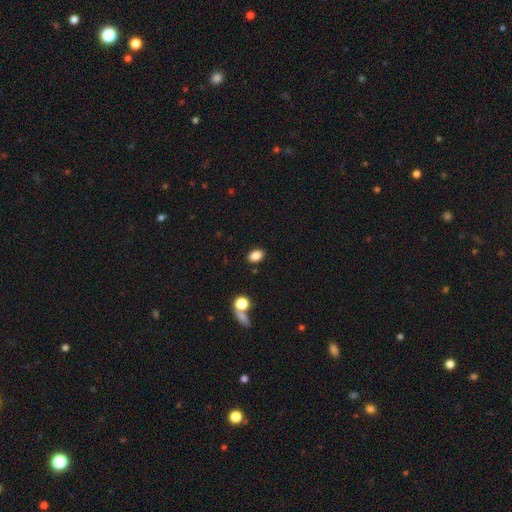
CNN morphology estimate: The model was most divided on "how rounded": in between: 82%, round: 17%, cigar-shaped: 1%. More confident: merging — none (86%); smooth or featured — smooth (85%).